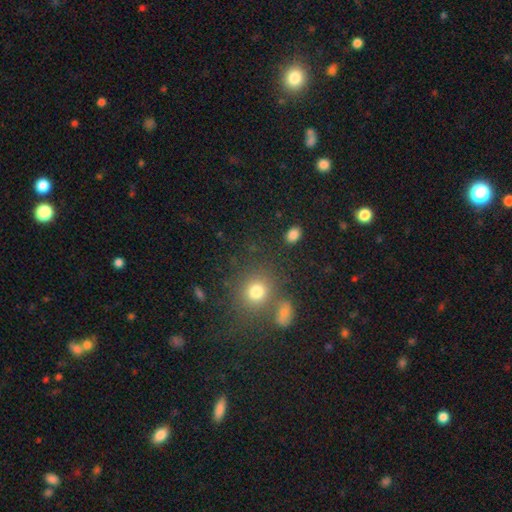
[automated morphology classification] Smooth or featured? smooth (58%)
How rounded? round (87%)
Merging? none (72%)